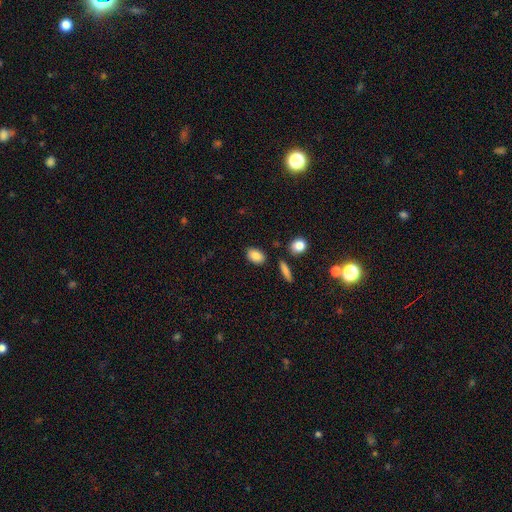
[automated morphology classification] Smooth or featured?
  - smooth: 86% *
  - star or artifact: 7%
  - featured or disk: 6%
How rounded?
  - in between: 86% *
  - round: 12%
  - cigar-shaped: 2%
Merging?
  - none: 83% *
  - minor disturbance: 10%
  - merger: 5%
  - major disturbance: 3%